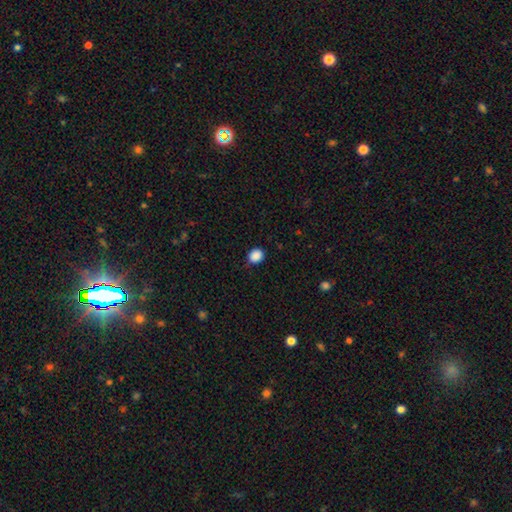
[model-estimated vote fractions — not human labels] This is clearly a smooth galaxy (88%). How rounded: likely round (62%). Merging: clearly none (83%).